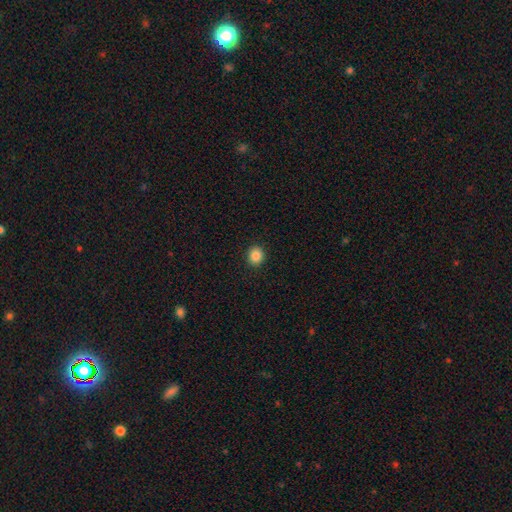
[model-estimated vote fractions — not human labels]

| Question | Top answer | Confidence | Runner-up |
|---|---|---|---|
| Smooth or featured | smooth | 86% | star or artifact (10%) |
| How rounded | round | 77% | in between (22%) |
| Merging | none | 92% | minor disturbance (5%) |